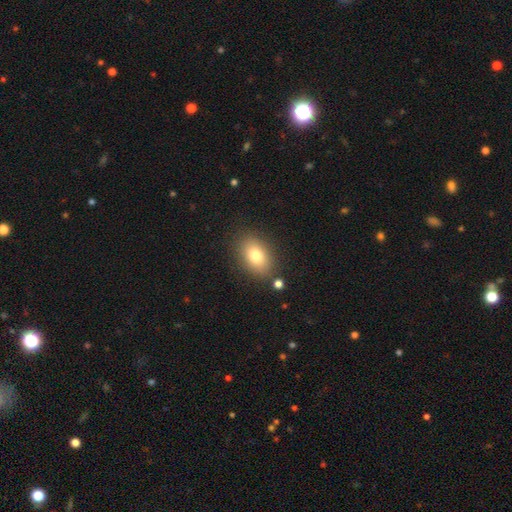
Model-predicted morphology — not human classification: Q: Smooth or featured?
A: smooth (79%); runner-up: featured or disk (12%)
Q: How rounded?
A: in between (82%); runner-up: round (17%)
Q: Merging?
A: none (82%); runner-up: minor disturbance (11%)